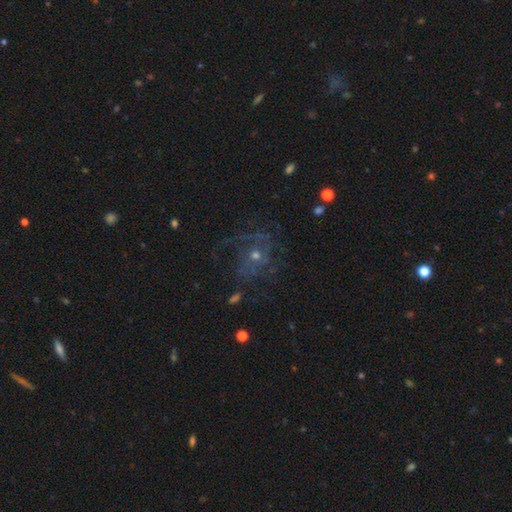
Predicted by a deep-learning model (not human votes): smooth_or_featured: featured or disk (p=0.69) [alt: star or artifact p=0.17]
disk_edge_on: no (p=0.97) [alt: yes p=0.03]
bar: no (p=0.79) [alt: weak p=0.17]
has_spiral_arms: yes (p=0.80) [alt: no p=0.20]
spiral_winding: medium (p=0.42) [alt: tight p=0.34]
spiral_arm_count: can't tell (p=0.38) [alt: 2 p=0.22]
bulge_size: moderate (p=0.49) [alt: small p=0.44]
merging: none (p=0.59) [alt: major disturbance p=0.22]